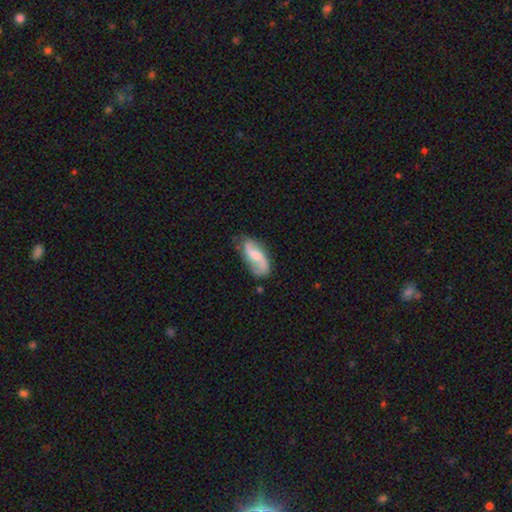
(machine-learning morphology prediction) Overall: featured or disk (67%; smooth 27%). Edge-on disk: no (95%). Bar: no (45%; weak 43%). Spiral arms: yes (93%). Spiral arm count: 2 (88%). Spiral winding: loose (63%; medium 28%). Bulge size: small (39%, tied with moderate). Merging: none (70%).